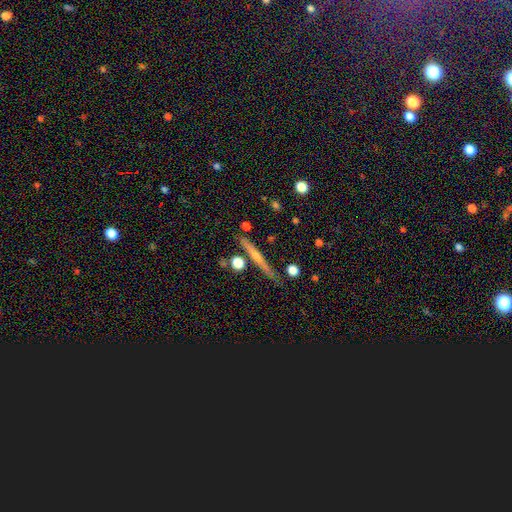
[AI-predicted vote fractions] Smooth or featured?
  - featured or disk: 62% *
  - smooth: 30%
  - star or artifact: 8%
Edge-on disk?
  - yes: 97% *
  - no: 3%
Edge-on bulge?
  - rounded: 59% *
  - none: 35%
  - boxy: 6%
Merging?
  - none: 84% *
  - minor disturbance: 10%
  - merger: 4%
  - major disturbance: 2%